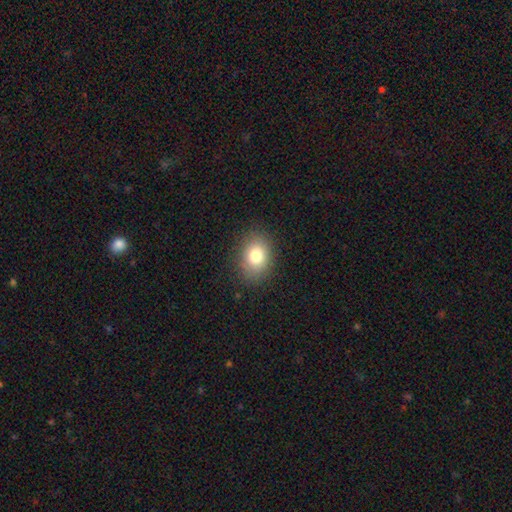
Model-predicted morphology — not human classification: A smooth galaxy with no disk features (80%) that is in between round and cigar-shaped (66%). Merging: none (84%).